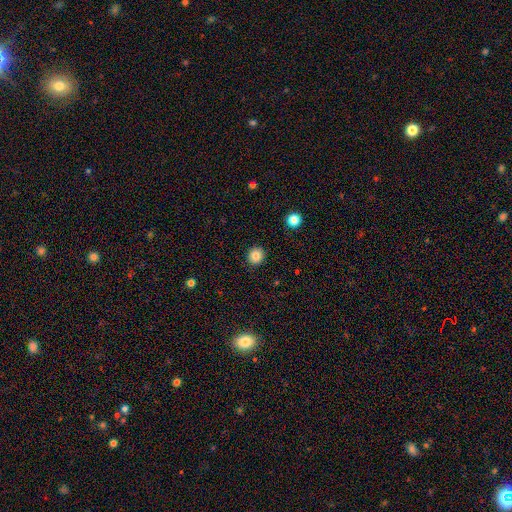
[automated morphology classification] Smooth or featured: smooth — 83% (star or artifact — 11%)
How rounded: round — 91% (in between — 8%)
Merging: none — 91% (minor disturbance — 6%)